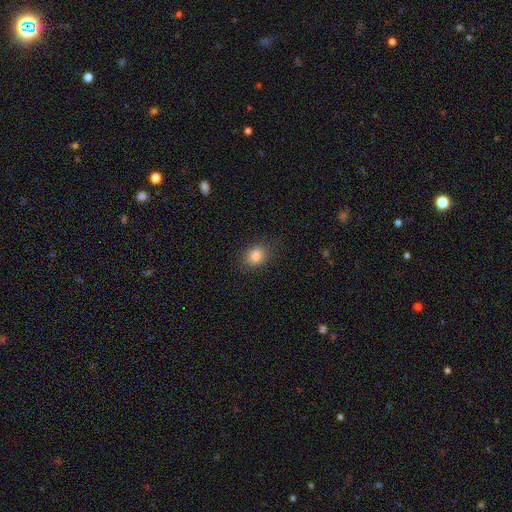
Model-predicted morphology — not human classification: A smooth galaxy with no disk features (84%) that is in between round and cigar-shaped (55%).

Vote fractions:
- Smooth or featured? smooth: 84% / star or artifact: 10% / featured or disk: 5%
- How rounded? in between: 55% / round: 43% / cigar-shaped: 1%
- Merging? none: 81% / minor disturbance: 14% / major disturbance: 4% / merger: 1%